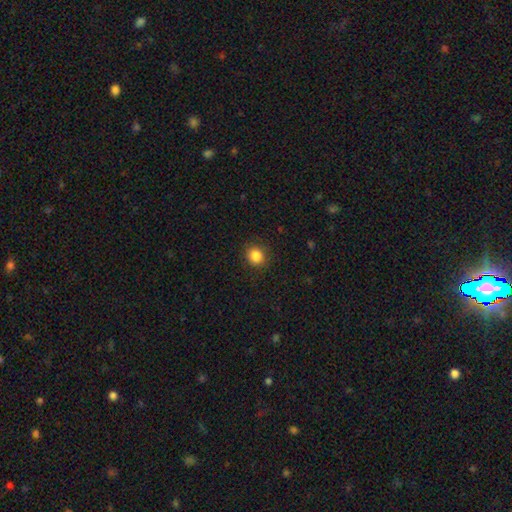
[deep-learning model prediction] Q: Smooth or featured?
A: smooth (85%); runner-up: star or artifact (11%)
Q: How rounded?
A: round (88%); runner-up: in between (11%)
Q: Merging?
A: none (90%); runner-up: minor disturbance (7%)